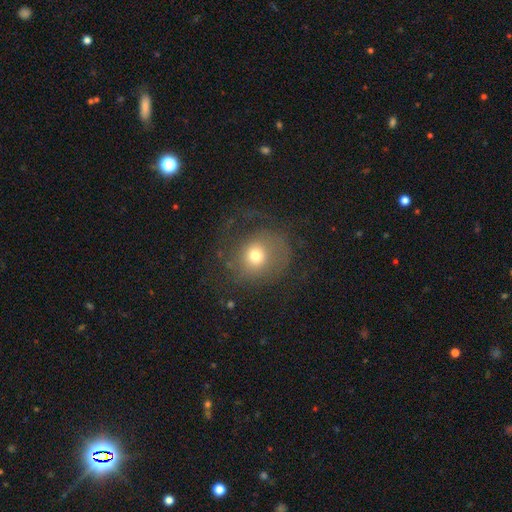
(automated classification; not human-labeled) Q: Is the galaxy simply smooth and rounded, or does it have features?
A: smooth — 59%.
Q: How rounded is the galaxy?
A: round — 79%.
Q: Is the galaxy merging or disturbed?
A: none — 48%.